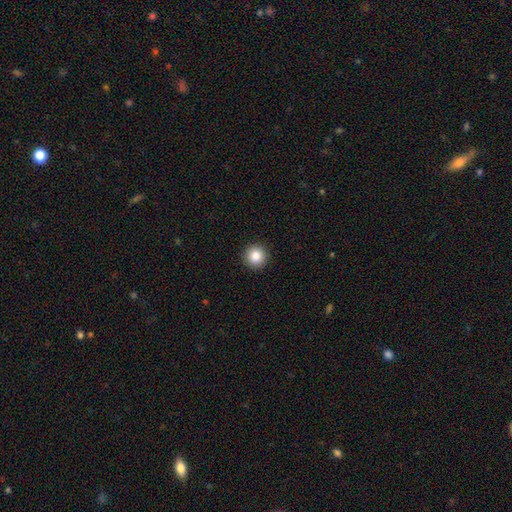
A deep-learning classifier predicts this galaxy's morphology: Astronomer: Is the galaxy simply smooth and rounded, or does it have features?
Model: smooth — 84%.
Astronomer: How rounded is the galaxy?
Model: round — 96%.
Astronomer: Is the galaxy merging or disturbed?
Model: none — 94%.